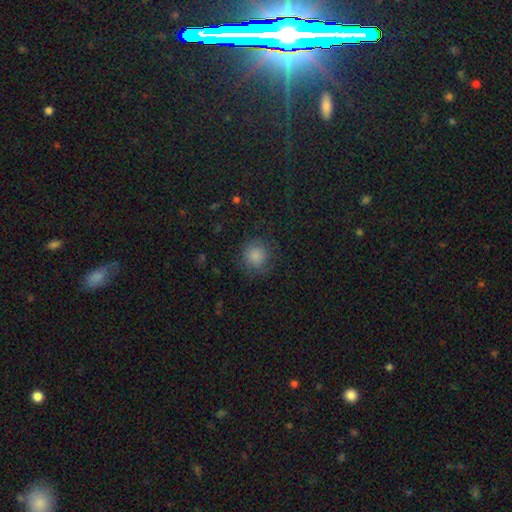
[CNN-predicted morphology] This is clearly a smooth galaxy (83%). How rounded: clearly round (92%). Merging: likely none (78%).